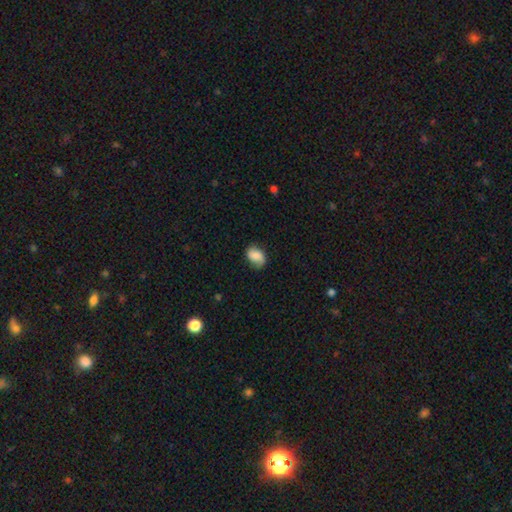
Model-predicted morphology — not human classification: A smooth galaxy with no disk features (73%) that is in between round and cigar-shaped (77%). Merging: none (69%).